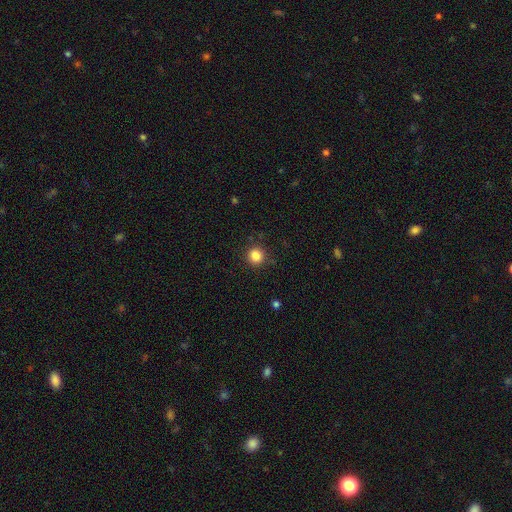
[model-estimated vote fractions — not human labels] A smooth galaxy with no disk features (85%) that is round (94%).

Vote fractions:
- Smooth or featured? smooth: 85% / star or artifact: 11% / featured or disk: 4%
- How rounded? round: 94% / in between: 5% / cigar-shaped: 1%
- Merging? none: 89% / minor disturbance: 7% / major disturbance: 2% / merger: 1%